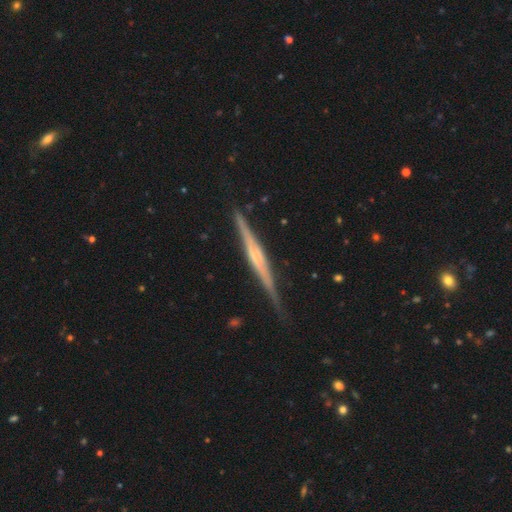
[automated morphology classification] type=featured or disk (78%); edge-on=yes (98%); edge-on bulge=rounded (45%); merging=none (85%).